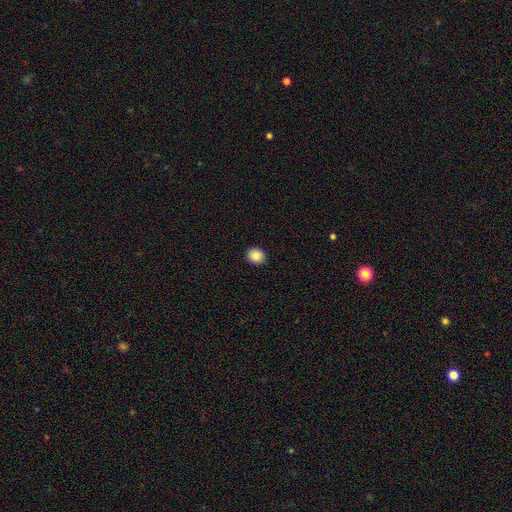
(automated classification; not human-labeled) Smooth or featured? Predicted: smooth (p=0.88). How rounded? Predicted: round (p=0.78). Merging? Predicted: none (p=0.92).